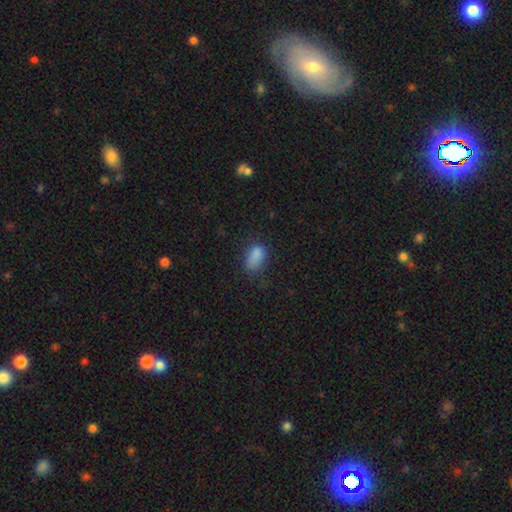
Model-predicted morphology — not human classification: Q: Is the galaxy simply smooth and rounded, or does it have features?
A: smooth — 82%.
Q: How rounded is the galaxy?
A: in between — 89%.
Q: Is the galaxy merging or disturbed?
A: none — 52%.